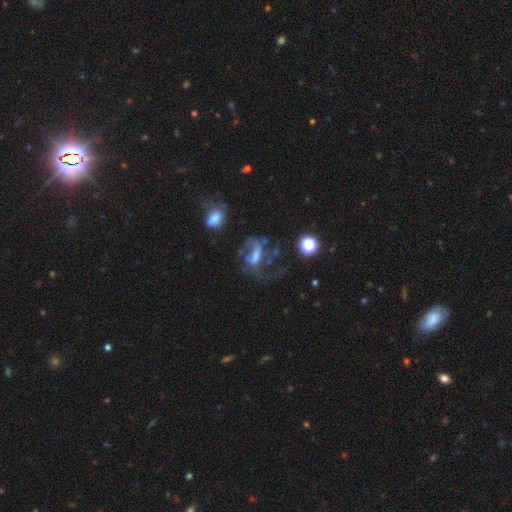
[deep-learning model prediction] Smooth or featured? featured or disk (60%)
Edge-on disk? no (91%)
Bar? weak (35%)
Spiral arms? yes (57%)
Bulge size? moderate (31%, tied with none)
Merging? major disturbance (39%)